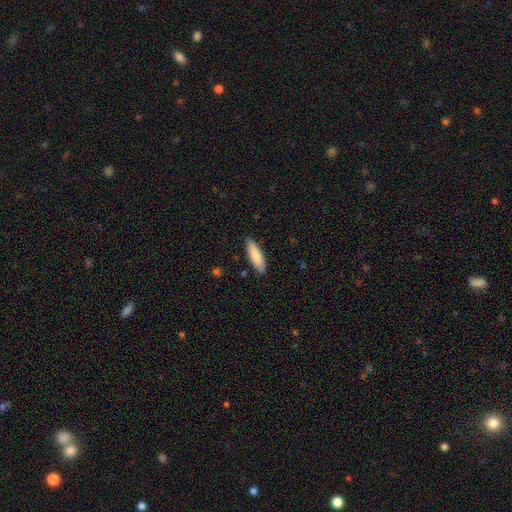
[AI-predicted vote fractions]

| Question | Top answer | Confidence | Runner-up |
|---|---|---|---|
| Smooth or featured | smooth | 83% | featured or disk (12%) |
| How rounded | in between | 51% | cigar-shaped (48%) |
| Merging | none | 87% | minor disturbance (10%) |